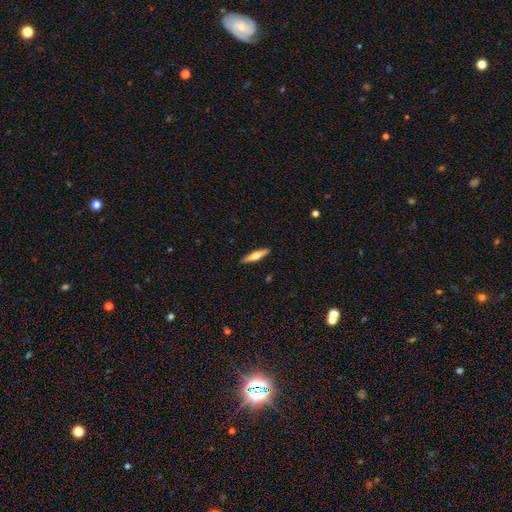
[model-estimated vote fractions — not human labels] A featured or disk galaxy (51%) viewed edge-on (95%). Merging: none (90%).